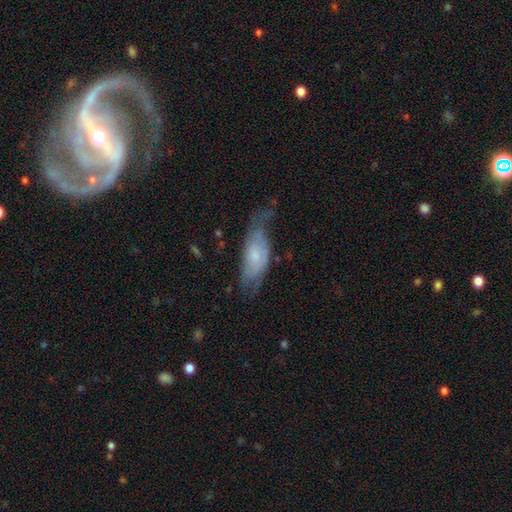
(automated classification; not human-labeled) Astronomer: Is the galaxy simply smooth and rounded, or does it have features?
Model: featured or disk — 49% (runner-up: smooth, 44%).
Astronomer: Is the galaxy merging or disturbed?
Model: none — 37% (runner-up: minor disturbance, 34%).